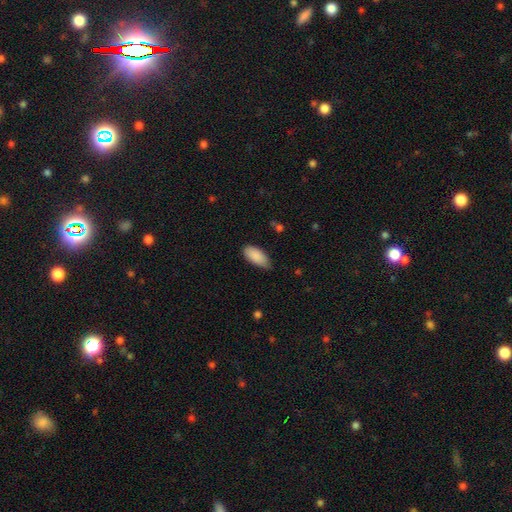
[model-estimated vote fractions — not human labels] A smooth galaxy with no disk features (89%) that is in between round and cigar-shaped (91%). Merging: none (72%).